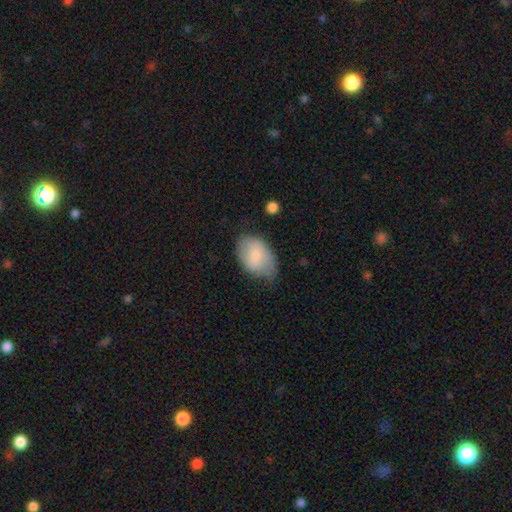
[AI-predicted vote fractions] A smooth galaxy with no disk features (69%) that is in between round and cigar-shaped (88%).

Vote fractions:
- Smooth or featured? smooth: 69% / featured or disk: 25% / star or artifact: 6%
- How rounded? in between: 88% / round: 11% / cigar-shaped: 1%
- Merging? none: 56% / minor disturbance: 33% / major disturbance: 8% / merger: 2%